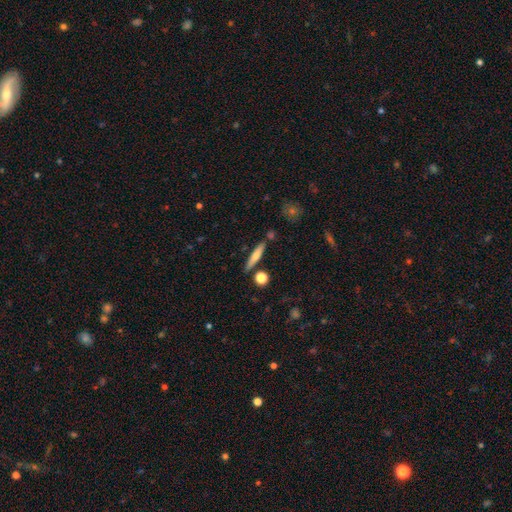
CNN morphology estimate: The model was most divided on "smooth or featured": smooth: 62%, featured or disk: 31%, star or artifact: 7%. More confident: how rounded — cigar-shaped (87%); merging — none (82%).